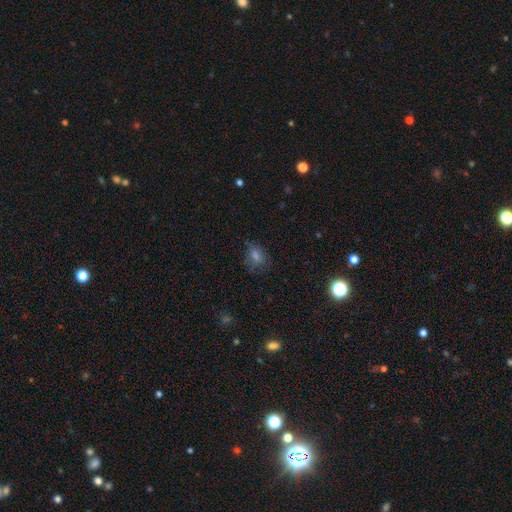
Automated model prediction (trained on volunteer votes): This appears to be a smooth galaxy with no disk features (56%) that is in between round and cigar-shaped (52%). Merging: none (70%).